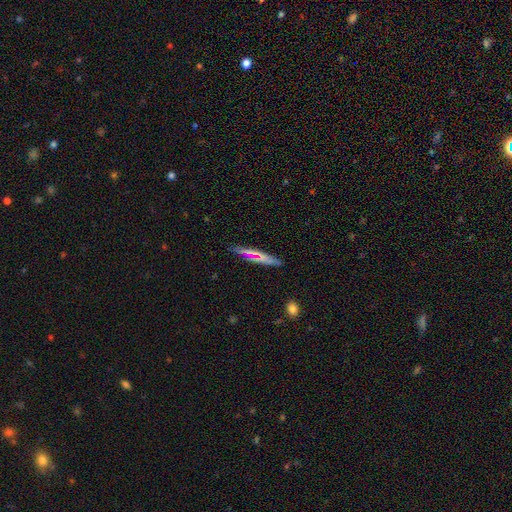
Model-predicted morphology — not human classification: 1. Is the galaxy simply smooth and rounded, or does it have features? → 55% smooth, 34% featured or disk, 10% star or artifact.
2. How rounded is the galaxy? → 88% cigar-shaped, 9% in between, 3% round.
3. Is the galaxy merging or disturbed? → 83% none, 12% minor disturbance, 3% major disturbance, 3% merger.